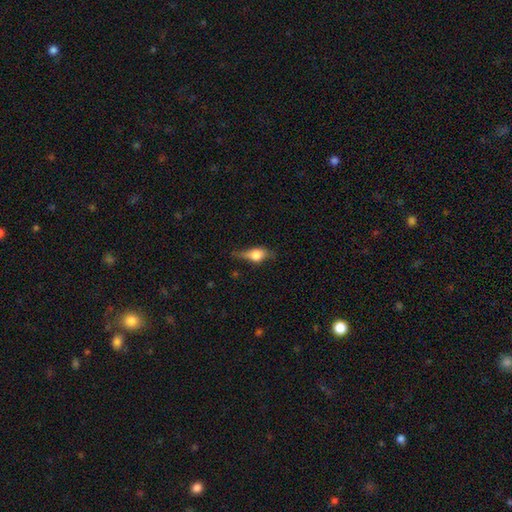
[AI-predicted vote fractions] This is possibly a smooth galaxy (57%). How rounded: likely in between (68%). Merging: possibly none (45%).